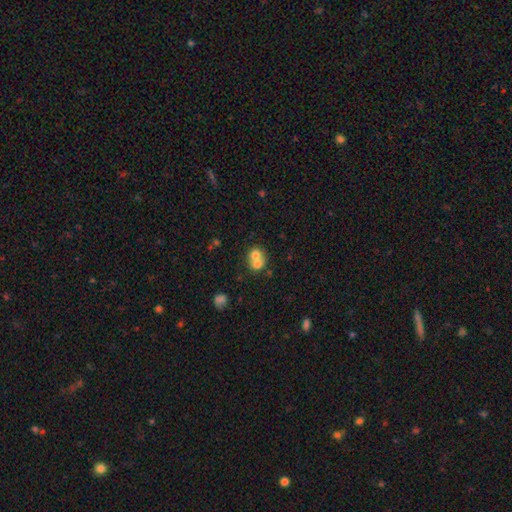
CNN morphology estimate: Smooth or featured? Predicted: smooth (p=0.68). How rounded? Predicted: round (p=0.73). Merging? Predicted: merger (p=0.68).